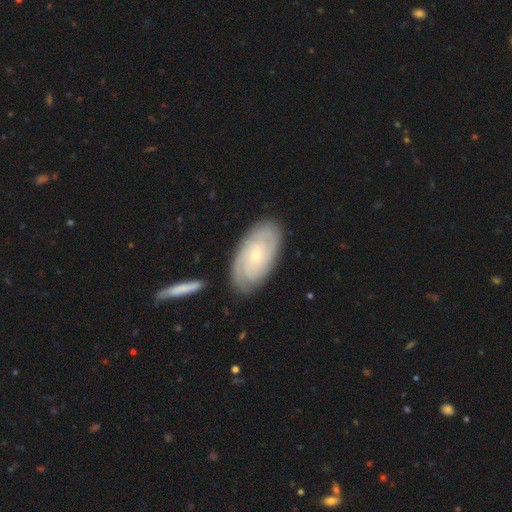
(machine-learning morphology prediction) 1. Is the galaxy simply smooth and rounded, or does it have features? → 75% featured or disk, 20% smooth, 6% star or artifact.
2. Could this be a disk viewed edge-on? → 94% no, 6% yes.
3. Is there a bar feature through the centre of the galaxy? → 78% no, 19% weak, 4% strong.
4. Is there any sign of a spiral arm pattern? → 92% yes, 8% no.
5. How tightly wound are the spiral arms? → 74% tight, 20% medium, 6% loose.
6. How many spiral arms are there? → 42% can't tell, 23% 2, 14% 3, 11% 4, 5% more than 4, 5% 1.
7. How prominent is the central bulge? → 77% small, 19% moderate, 1% none, 1% large, 1% dominant.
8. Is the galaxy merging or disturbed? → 81% none, 13% minor disturbance, 3% major disturbance, 3% merger.